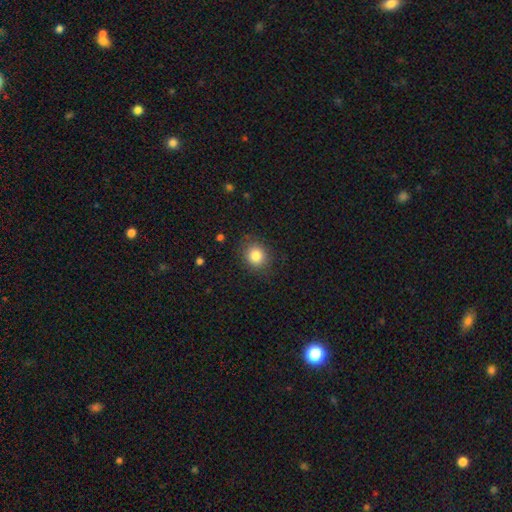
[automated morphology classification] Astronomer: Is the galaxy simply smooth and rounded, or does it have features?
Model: smooth — 83%.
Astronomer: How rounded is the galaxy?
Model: round — 74%.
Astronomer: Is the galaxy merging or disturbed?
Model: none — 86%.